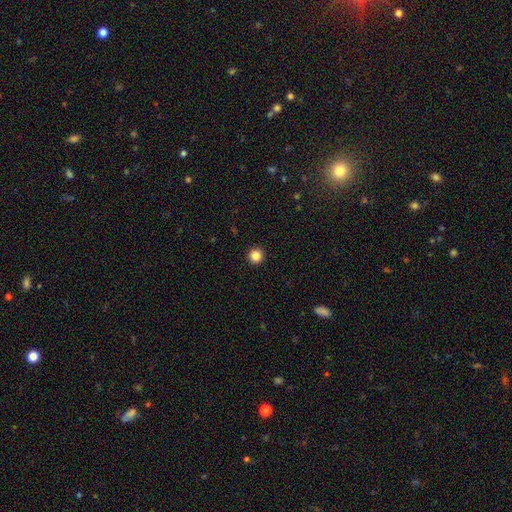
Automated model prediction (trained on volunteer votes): Smooth or featured?
  - smooth: 85% *
  - star or artifact: 11%
  - featured or disk: 4%
How rounded?
  - round: 96% *
  - in between: 3%
  - cigar-shaped: 1%
Merging?
  - none: 94% *
  - minor disturbance: 4%
  - major disturbance: 1%
  - merger: 1%